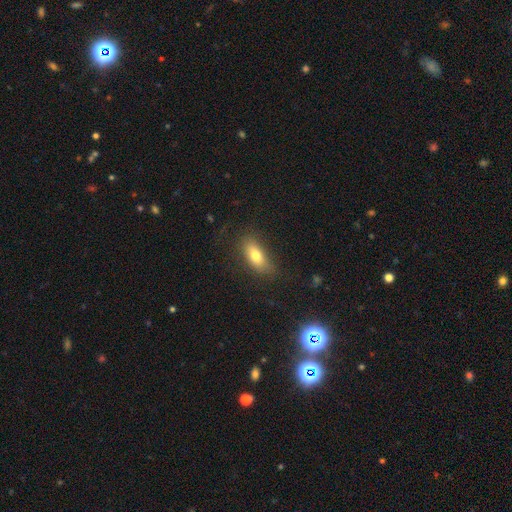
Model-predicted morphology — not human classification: Overall: smooth (74%). How rounded: in between (79%). Merging: none (76%).